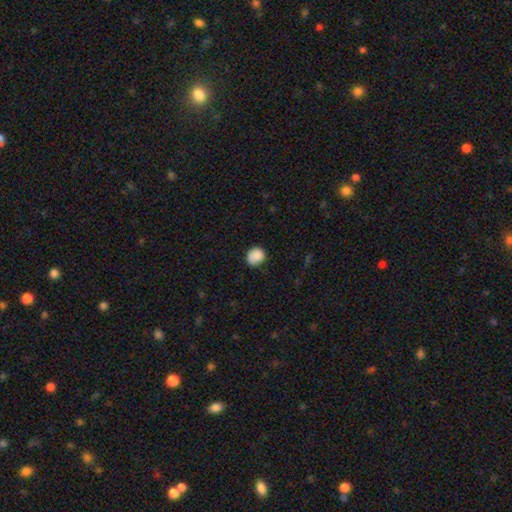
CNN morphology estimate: Smooth or featured?
  - smooth: 87% *
  - star or artifact: 8%
  - featured or disk: 5%
How rounded?
  - round: 72% *
  - in between: 28%
  - cigar-shaped: 1%
Merging?
  - none: 73% *
  - minor disturbance: 22%
  - major disturbance: 4%
  - merger: 2%